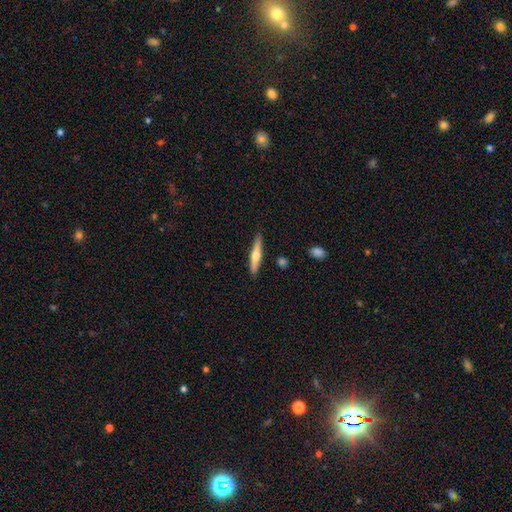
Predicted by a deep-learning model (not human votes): smooth_or_featured: featured or disk (p=0.49) [alt: smooth p=0.45]
merging: none (p=0.88) [alt: minor disturbance p=0.09]